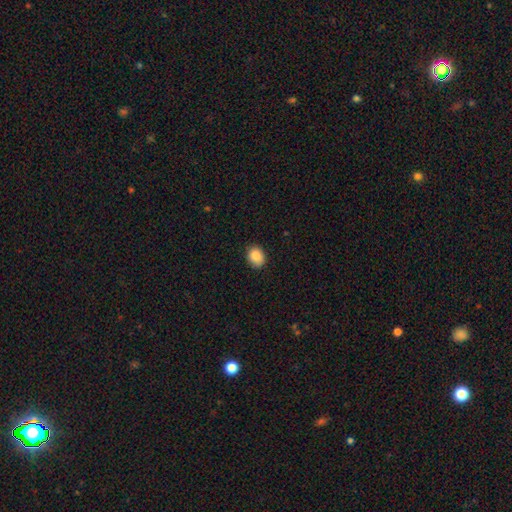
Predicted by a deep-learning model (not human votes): smooth 87%, star or artifact 9%, featured or disk 4%. Down the decision tree: how rounded — round (57%); merging — none (84%).